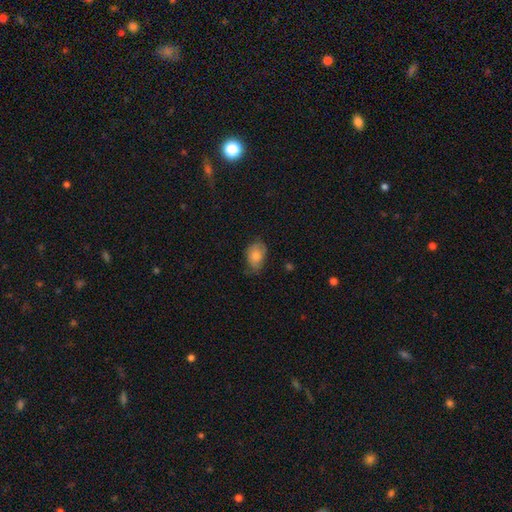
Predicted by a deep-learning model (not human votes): smooth_or_featured: smooth (p=0.77) [alt: featured or disk p=0.15]
how_rounded: in between (p=0.82) [alt: round p=0.17]
merging: none (p=0.58) [alt: minor disturbance p=0.33]